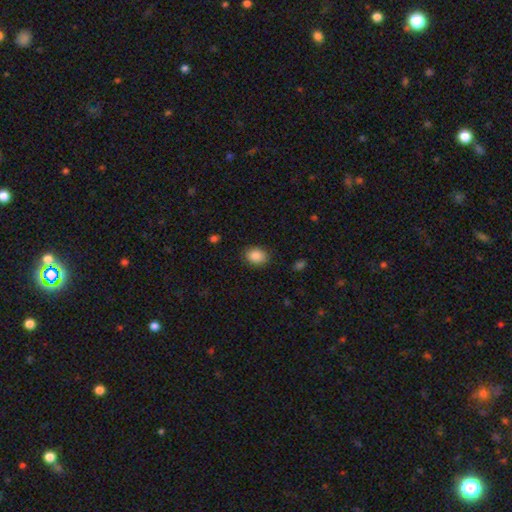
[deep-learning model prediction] Smooth or featured? Predicted: smooth (p=0.88). How rounded? Predicted: in between (p=0.55). Merging? Predicted: none (p=0.86).